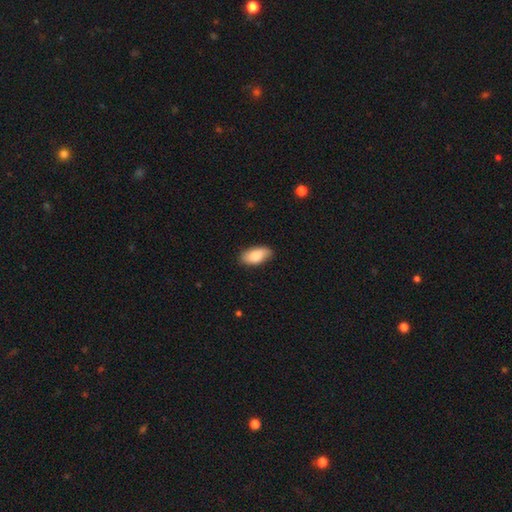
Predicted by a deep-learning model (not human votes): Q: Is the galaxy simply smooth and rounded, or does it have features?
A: smooth — 84%.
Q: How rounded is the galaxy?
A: in between — 92%.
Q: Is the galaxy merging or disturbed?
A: none — 81%.